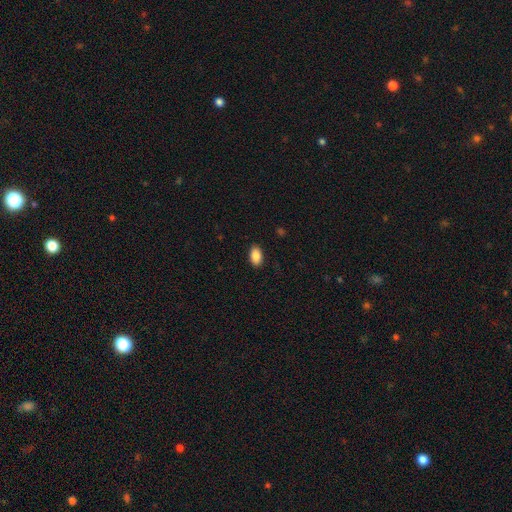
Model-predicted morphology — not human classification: Q: Smooth or featured?
A: smooth (88%); runner-up: star or artifact (7%)
Q: How rounded?
A: in between (92%); runner-up: round (7%)
Q: Merging?
A: none (89%); runner-up: minor disturbance (8%)